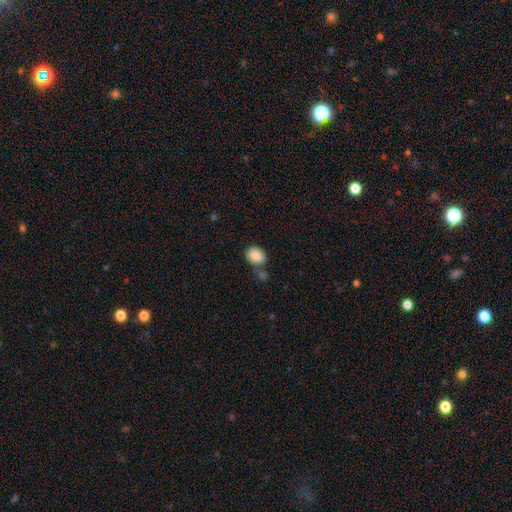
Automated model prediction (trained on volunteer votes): Morphology: type=smooth (86%); roundness=in between (60%); merging=none (66%).